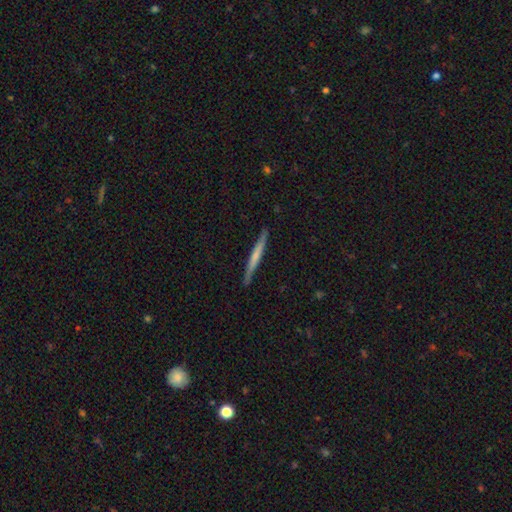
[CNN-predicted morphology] Smooth or featured?
  - smooth: 48% *
  - featured or disk: 47%
  - star or artifact: 5%
Merging?
  - none: 89% *
  - minor disturbance: 9%
  - major disturbance: 1%
  - merger: 1%